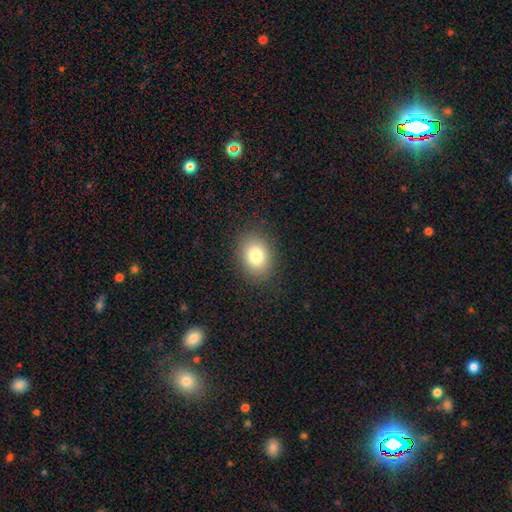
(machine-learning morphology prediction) This is clearly a smooth galaxy (81%). How rounded: likely in between (61%). Merging: clearly none (87%).